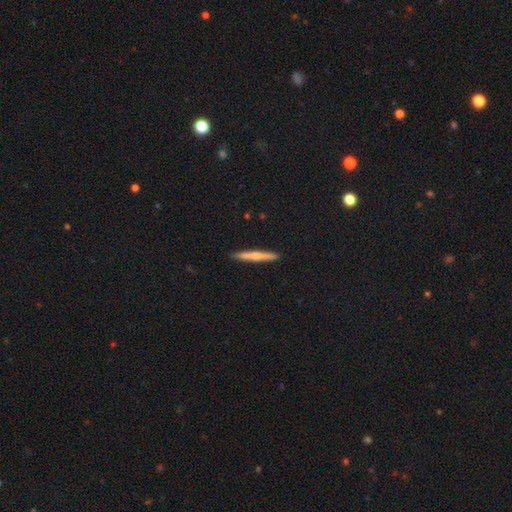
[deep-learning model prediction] This appears to be a smooth galaxy with no disk features (53%) that is cigar-shaped (96%). Merging: none (91%).